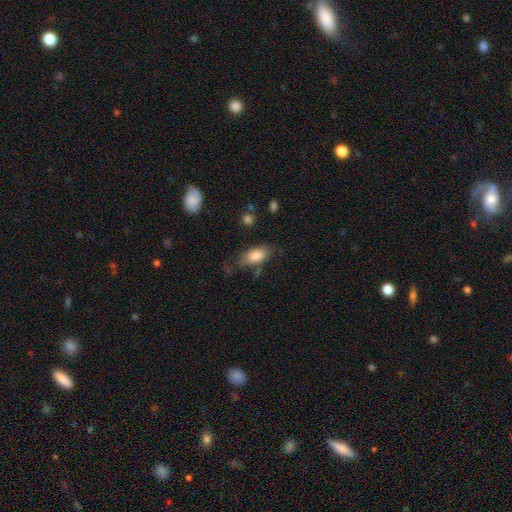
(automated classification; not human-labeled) smooth-or-featured: smooth: 83% | featured or disk: 10% | star or artifact: 7%
  how-rounded: in between: 91% | cigar-shaped: 5% | round: 4%
  merging: none: 62% | minor disturbance: 23% | major disturbance: 9% | merger: 5%